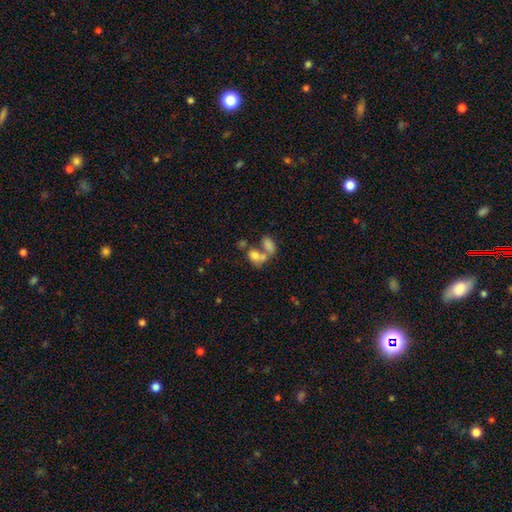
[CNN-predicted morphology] This appears to be a smooth galaxy with no disk features (70%) that is in between round and cigar-shaped (73%). Merging: merger (59%).